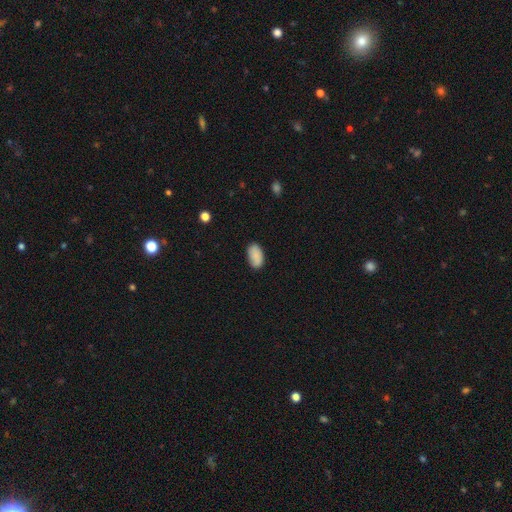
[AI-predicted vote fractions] Overall: smooth (87%). How rounded: in between (94%). Merging: none (84%).